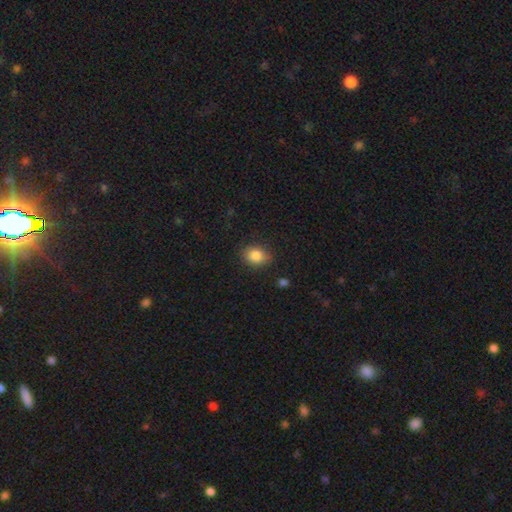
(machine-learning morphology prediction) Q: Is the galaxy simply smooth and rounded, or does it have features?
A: smooth — 85%.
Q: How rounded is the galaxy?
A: in between — 58%.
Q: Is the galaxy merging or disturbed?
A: none — 84%.